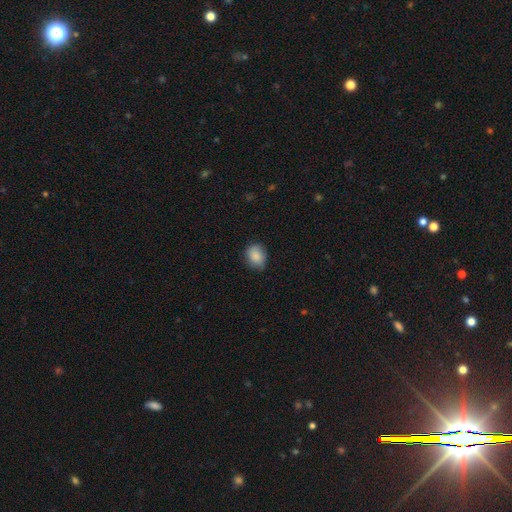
A smooth galaxy with no disk features (89%) that is round (55%). Merging: none (60%).